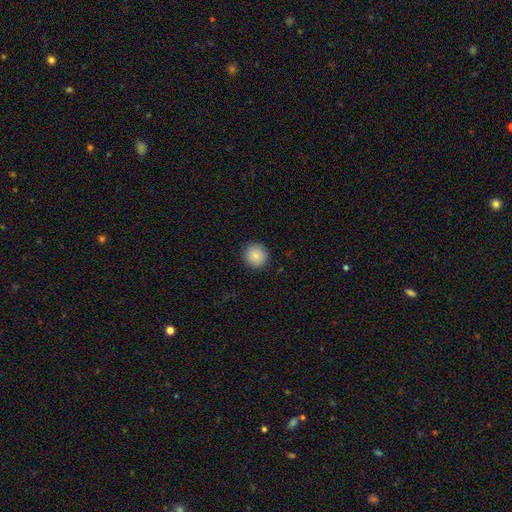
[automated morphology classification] smooth_or_featured: smooth (p=0.87) [alt: star or artifact p=0.08]
how_rounded: round (p=0.94) [alt: in between p=0.05]
merging: none (p=0.91) [alt: minor disturbance p=0.06]